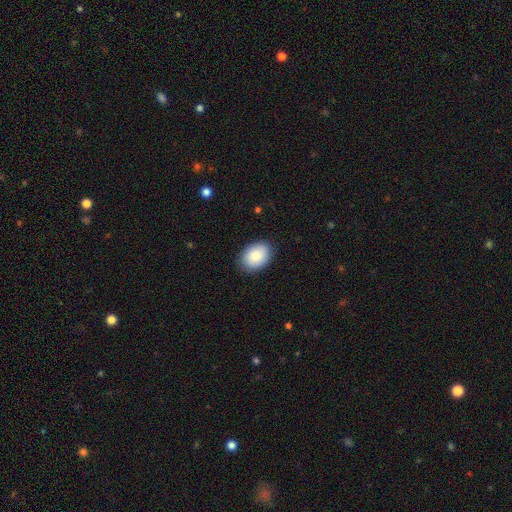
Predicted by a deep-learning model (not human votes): A smooth galaxy with no disk features (86%) that is in between round and cigar-shaped (74%).

Vote fractions:
- Smooth or featured? smooth: 86% / featured or disk: 8% / star or artifact: 6%
- How rounded? in between: 74% / round: 25% / cigar-shaped: 1%
- Merging? none: 87% / minor disturbance: 10% / major disturbance: 2% / merger: 1%